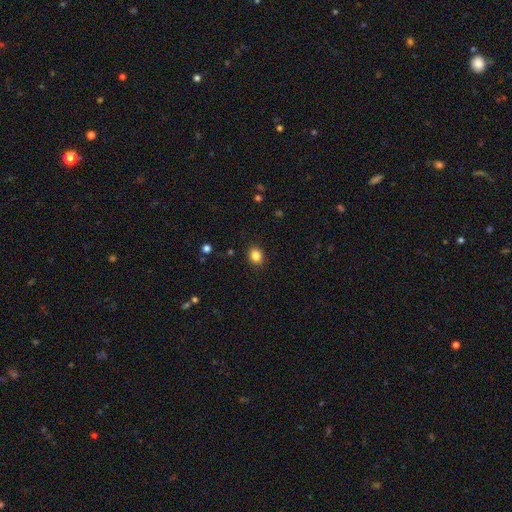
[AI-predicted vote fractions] A smooth galaxy with no disk features (84%) that is round (61%). Merging: none (90%).